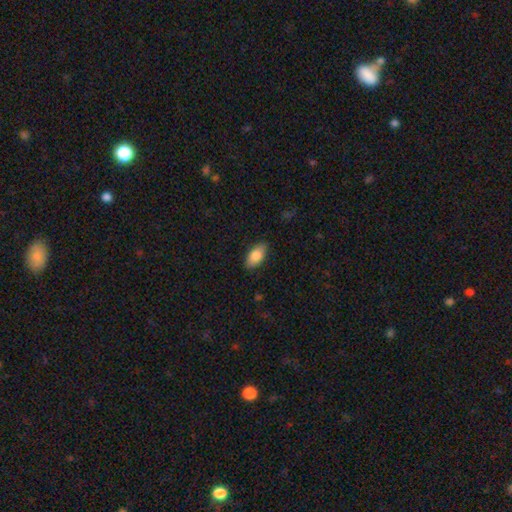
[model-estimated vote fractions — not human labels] Q: Smooth or featured?
A: smooth (83%); runner-up: featured or disk (11%)
Q: How rounded?
A: in between (91%); runner-up: cigar-shaped (6%)
Q: Merging?
A: none (86%); runner-up: minor disturbance (10%)